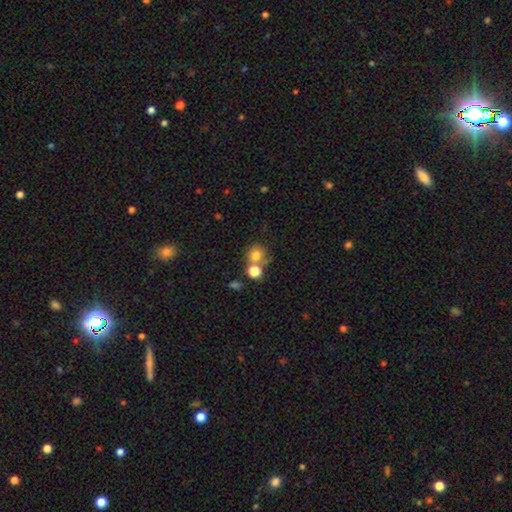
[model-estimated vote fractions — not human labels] Overall: smooth (77%). How rounded: round (86%). Merging: none (56%; merger 29%).